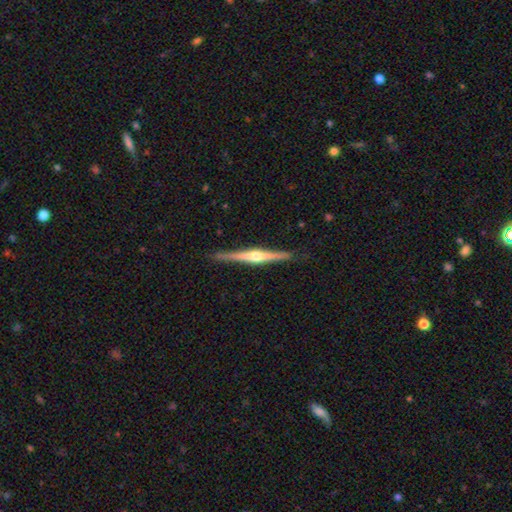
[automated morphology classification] This appears to be a featured or disk galaxy (83%) viewed edge-on (99%) with a rounded central bulge (92%). Merging: none (90%).